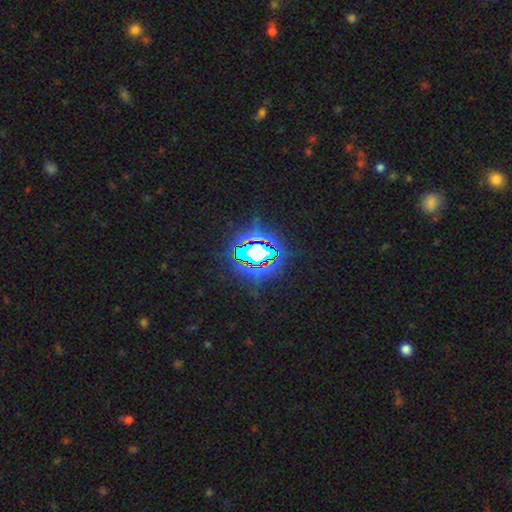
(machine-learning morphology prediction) A star or artifact, not a galaxy (77%).

Vote fractions:
- Smooth or featured? star or artifact: 77% / smooth: 12% / featured or disk: 11%